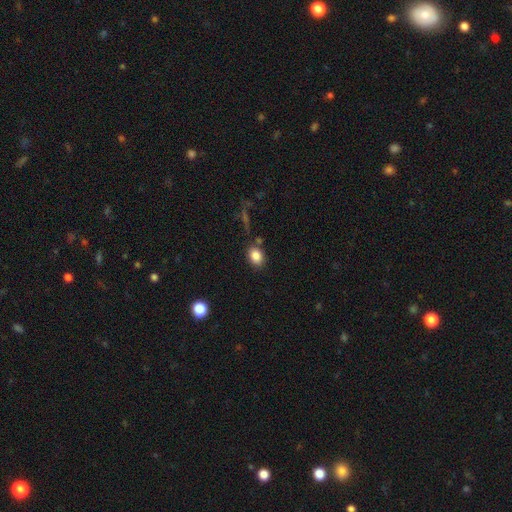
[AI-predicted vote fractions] Q: Smooth or featured?
A: smooth (85%); runner-up: star or artifact (9%)
Q: How rounded?
A: in between (65%); runner-up: round (33%)
Q: Merging?
A: none (77%); runner-up: minor disturbance (12%)